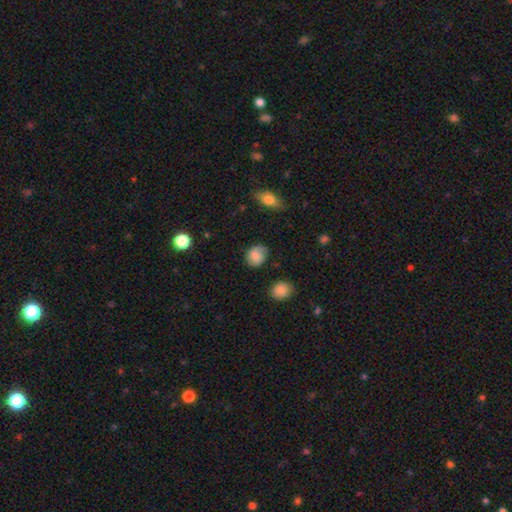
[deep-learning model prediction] A smooth galaxy with no disk features (74%) that is round (58%).

Vote fractions:
- Smooth or featured? smooth: 74% / featured or disk: 17% / star or artifact: 8%
- How rounded? round: 58% / in between: 41% / cigar-shaped: 1%
- Merging? none: 68% / minor disturbance: 24% / major disturbance: 7% / merger: 2%